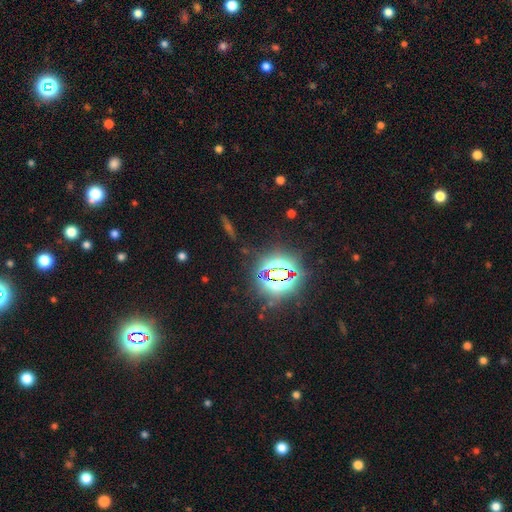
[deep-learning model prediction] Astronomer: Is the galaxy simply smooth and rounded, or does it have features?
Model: star or artifact — 79%.